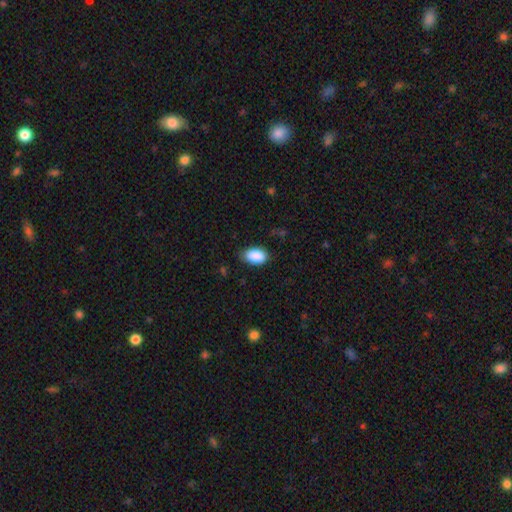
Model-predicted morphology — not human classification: Smooth or featured? Predicted: smooth (p=0.89). How rounded? Predicted: in between (p=0.93). Merging? Predicted: none (p=0.81).